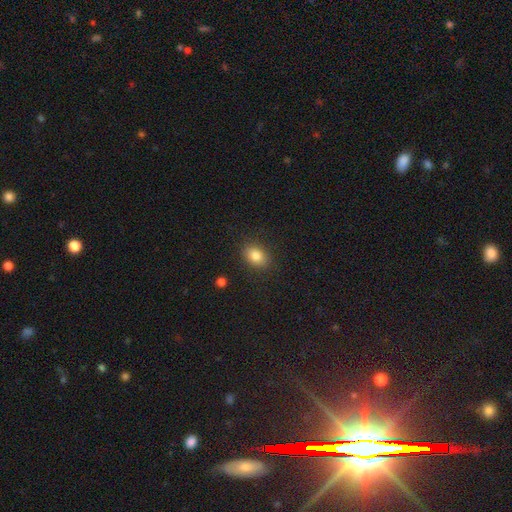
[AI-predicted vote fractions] smooth-or-featured: smooth: 83% | star or artifact: 10% | featured or disk: 7%
  how-rounded: in between: 71% | round: 28% | cigar-shaped: 1%
  merging: none: 87% | minor disturbance: 9% | major disturbance: 3% | merger: 1%